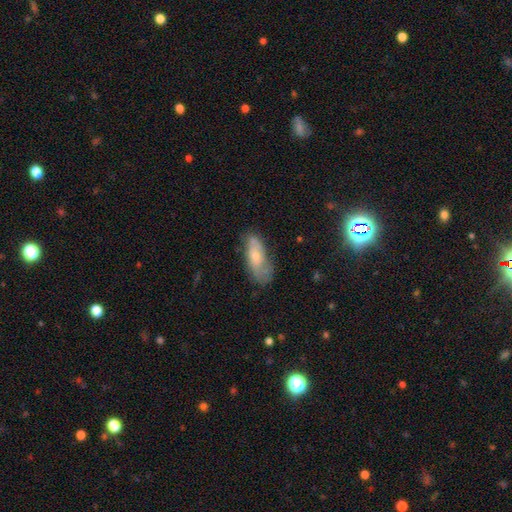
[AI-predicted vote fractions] The model was most divided on "smooth or featured": smooth: 48%, featured or disk: 44%, star or artifact: 8%. More confident: merging — none (56%).